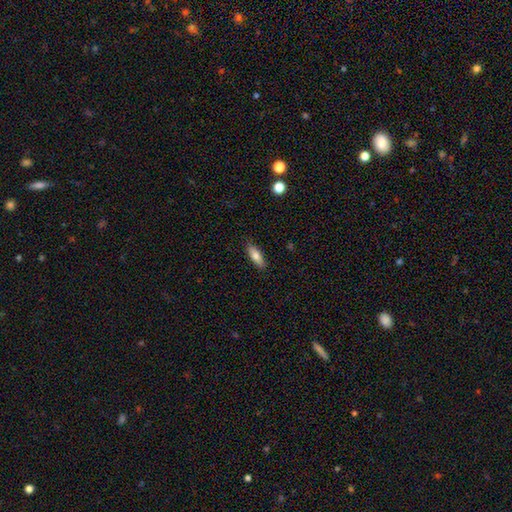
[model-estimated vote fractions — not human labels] Smooth or featured? smooth (76%)
How rounded? in between (60%)
Merging? none (88%)